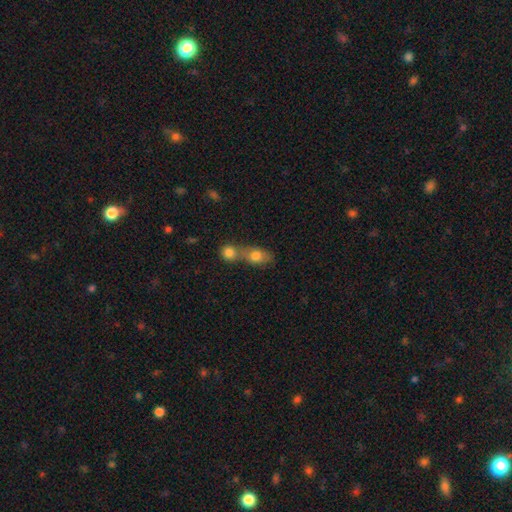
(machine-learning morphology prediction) Overall: smooth (78%). How rounded: in between (64%; round 31%). Merging: merger (62%; none 27%).